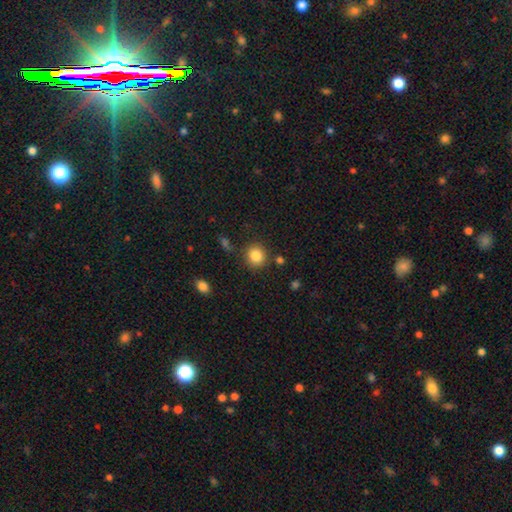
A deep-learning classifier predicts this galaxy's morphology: Q: Smooth or featured?
A: smooth (85%); runner-up: star or artifact (10%)
Q: How rounded?
A: round (85%); runner-up: in between (14%)
Q: Merging?
A: none (84%); runner-up: minor disturbance (9%)